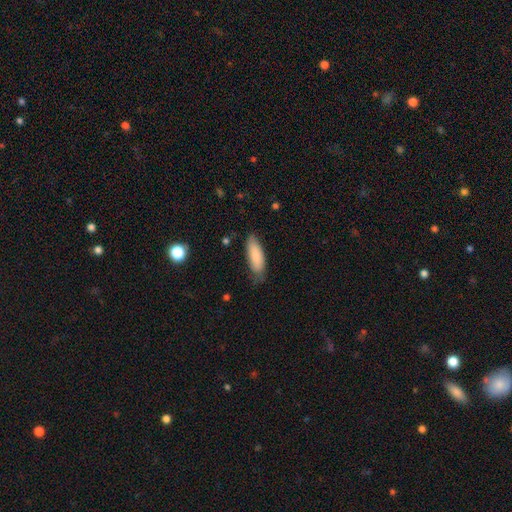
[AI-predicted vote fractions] A smooth galaxy with no disk features (85%) that is in between round and cigar-shaped (63%). Merging: none (69%).